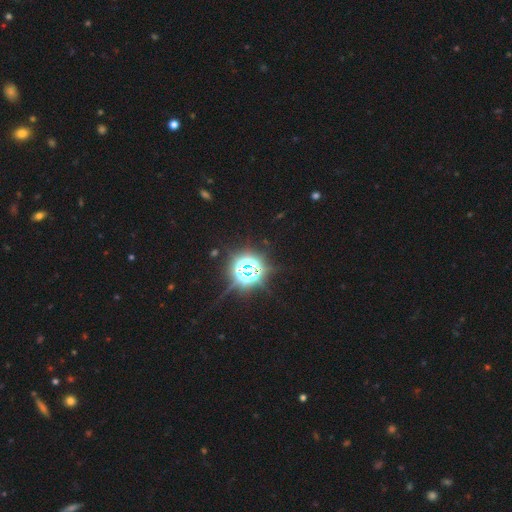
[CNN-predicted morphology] The model was most divided on "smooth or featured": star or artifact: 84%, smooth: 10%, featured or disk: 6%.